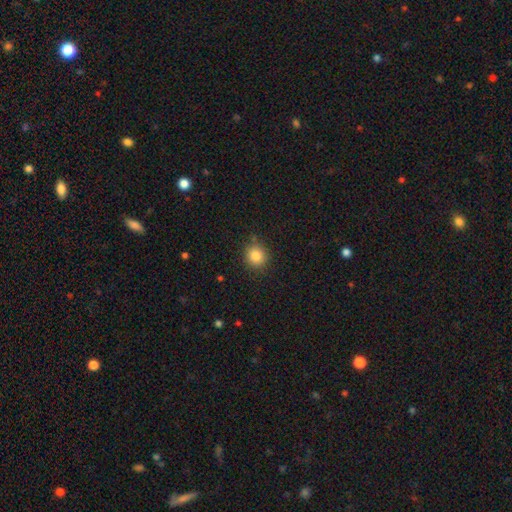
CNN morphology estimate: smooth-or-featured: smooth: 84% | star or artifact: 11% | featured or disk: 5%
  how-rounded: round: 87% | in between: 12% | cigar-shaped: 1%
  merging: none: 84% | minor disturbance: 11% | major disturbance: 3% | merger: 2%